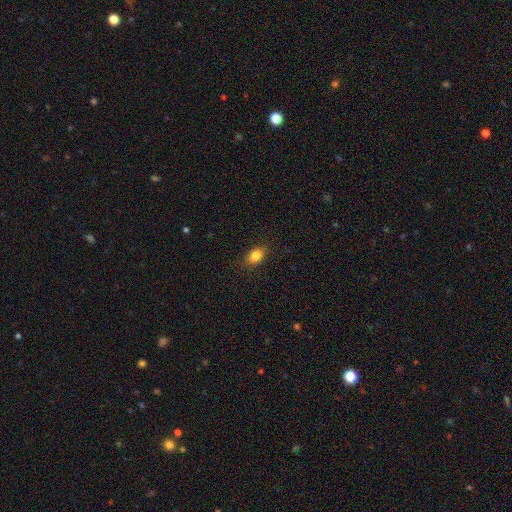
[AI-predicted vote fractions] A smooth galaxy with no disk features (83%) that is in between round and cigar-shaped (76%). Merging: none (86%).